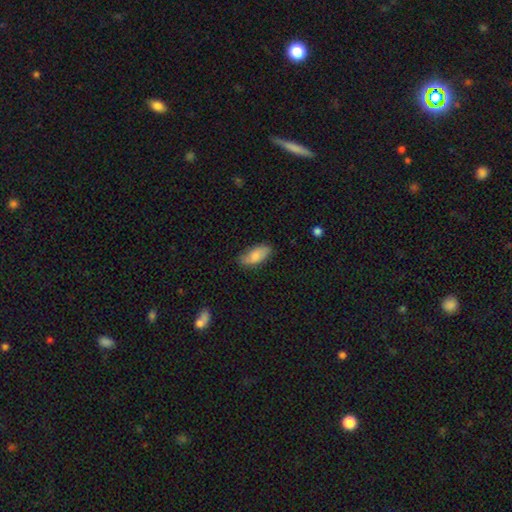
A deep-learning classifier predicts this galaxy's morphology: Smooth or featured?
  - smooth: 78% *
  - featured or disk: 16%
  - star or artifact: 6%
How rounded?
  - in between: 89% *
  - cigar-shaped: 9%
  - round: 2%
Merging?
  - none: 77% *
  - minor disturbance: 19%
  - major disturbance: 3%
  - merger: 1%